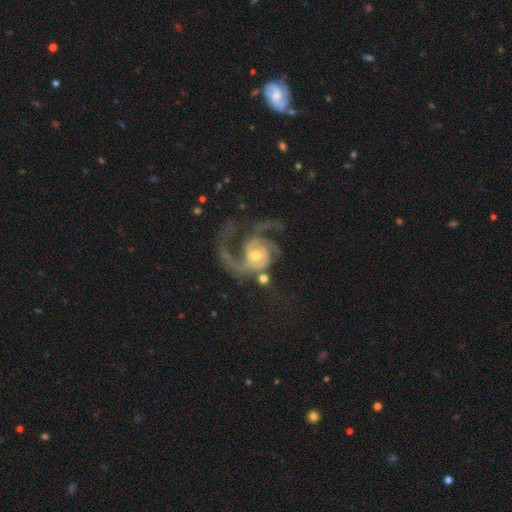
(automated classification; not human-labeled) smooth_or_featured: featured or disk (p=0.91) [alt: star or artifact p=0.05]
disk_edge_on: no (p=0.98) [alt: yes p=0.02]
bar: no (p=0.67) [alt: weak p=0.26]
has_spiral_arms: yes (p=0.98) [alt: no p=0.02]
spiral_winding: medium (p=0.51) [alt: loose p=0.25]
spiral_arm_count: 2 (p=0.40) [alt: 3 p=0.35]
bulge_size: moderate (p=0.49) [alt: small p=0.45]
merging: none (p=0.48) [alt: major disturbance p=0.29]